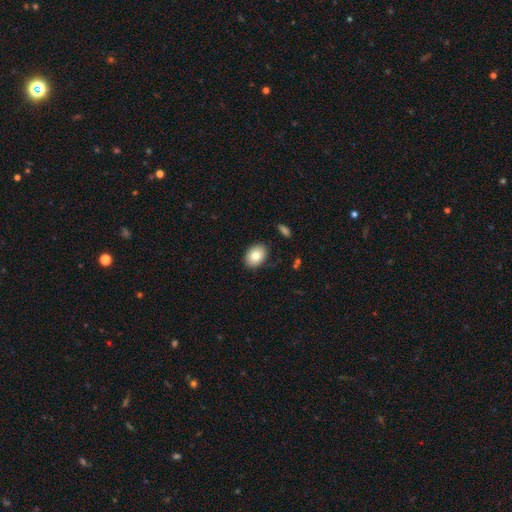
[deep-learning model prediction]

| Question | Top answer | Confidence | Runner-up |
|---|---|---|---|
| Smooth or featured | smooth | 82% | featured or disk (11%) |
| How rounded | in between | 74% | round (25%) |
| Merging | none | 87% | minor disturbance (9%) |